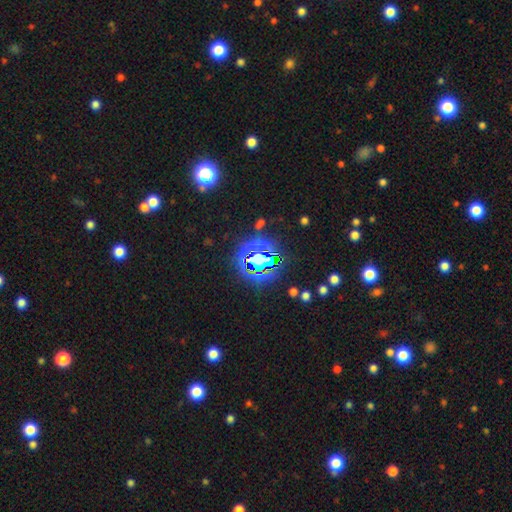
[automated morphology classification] Overall: star or artifact (68%).